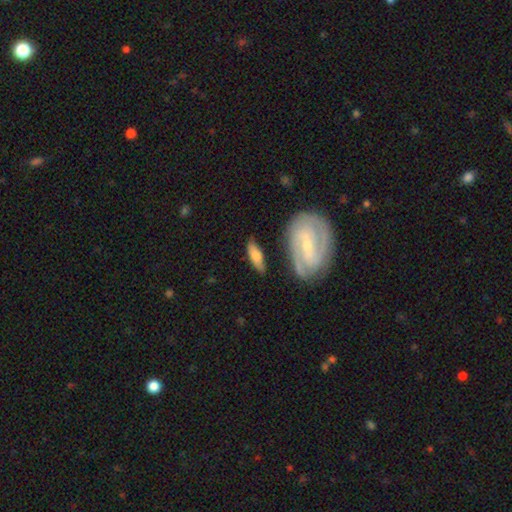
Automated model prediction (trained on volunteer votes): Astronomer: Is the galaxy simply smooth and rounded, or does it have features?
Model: smooth — 52% (runner-up: featured or disk, 42%).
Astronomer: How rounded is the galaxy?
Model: in between — 58% (runner-up: cigar-shaped, 38%).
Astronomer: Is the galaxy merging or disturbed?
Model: none — 70%.